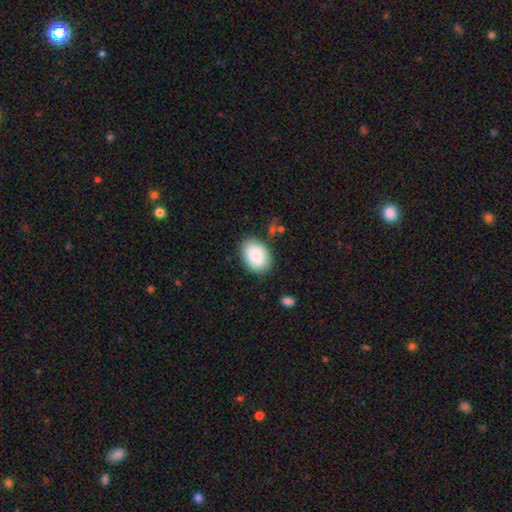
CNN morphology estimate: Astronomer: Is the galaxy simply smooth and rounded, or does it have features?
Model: smooth — 86%.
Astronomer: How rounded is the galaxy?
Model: in between — 81%.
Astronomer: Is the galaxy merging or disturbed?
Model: none — 83%.